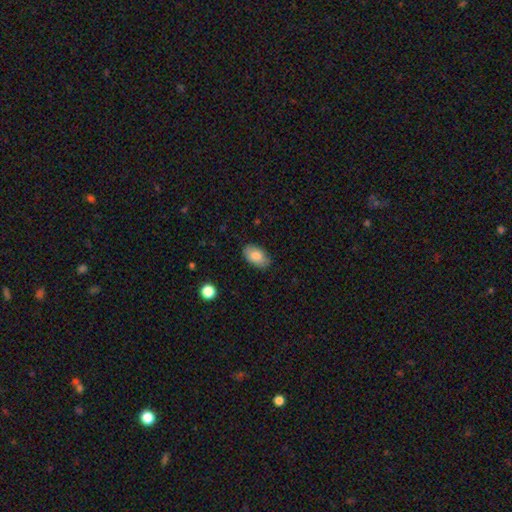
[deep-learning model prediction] This is clearly a smooth galaxy (83%). How rounded: clearly in between (93%). Merging: clearly none (85%).